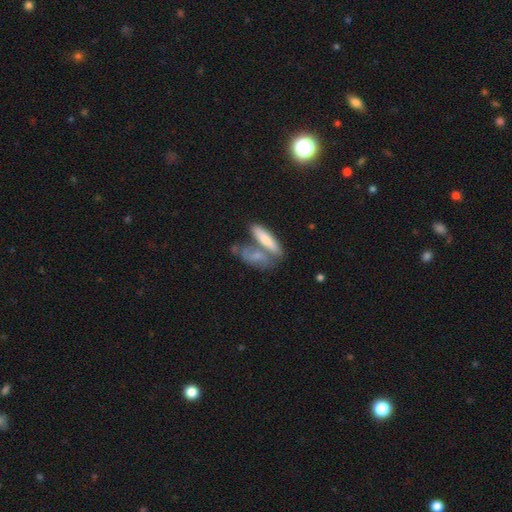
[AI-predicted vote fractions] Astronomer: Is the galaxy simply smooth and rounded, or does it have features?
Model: smooth — 64%.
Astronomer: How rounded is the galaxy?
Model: in between — 56% (runner-up: cigar-shaped, 39%).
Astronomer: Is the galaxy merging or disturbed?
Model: merger — 46% (runner-up: none, 35%).